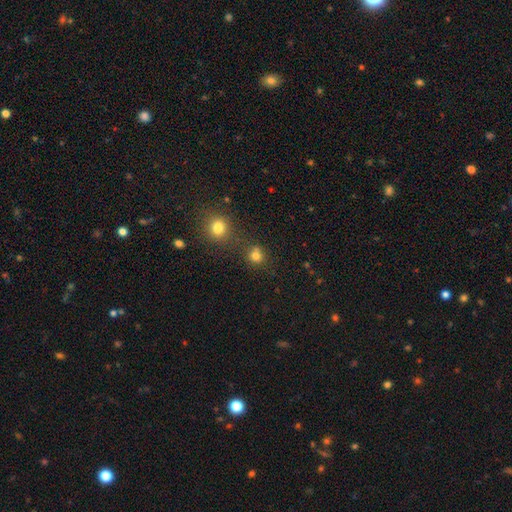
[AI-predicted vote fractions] Morphology: type=smooth (78%); roundness=round (86%); merging=none (68%).